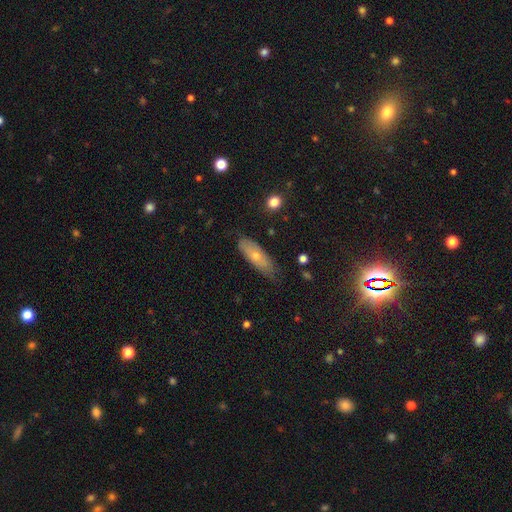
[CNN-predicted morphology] type=smooth (51%); roundness=in between (52%); merging=none (73%).